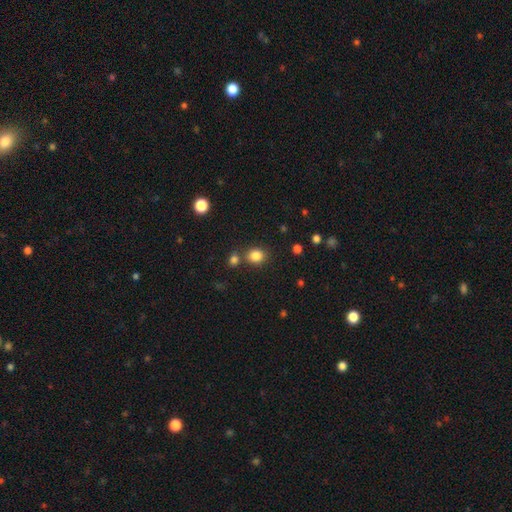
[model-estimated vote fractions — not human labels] The model was most divided on "how rounded": round: 68%, in between: 31%, cigar-shaped: 1%. More confident: smooth or featured — smooth (83%); merging — none (73%).